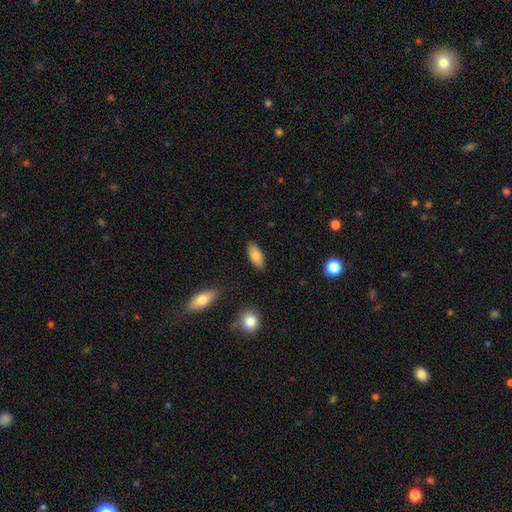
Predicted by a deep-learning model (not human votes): Smooth or featured: smooth — 83% (featured or disk — 10%)
How rounded: in between — 88% (cigar-shaped — 9%)
Merging: none — 87% (minor disturbance — 9%)